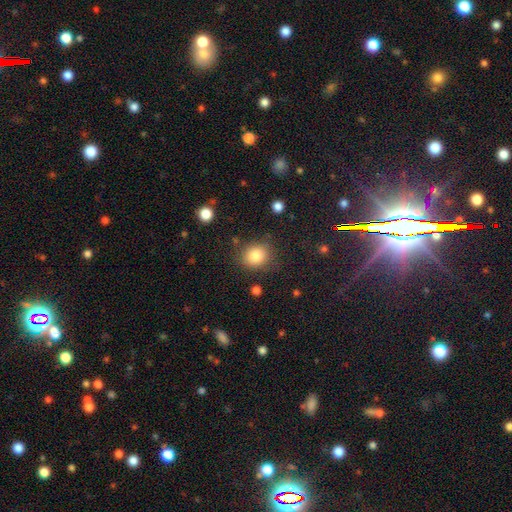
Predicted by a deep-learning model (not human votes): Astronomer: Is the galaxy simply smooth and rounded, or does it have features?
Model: smooth — 84%.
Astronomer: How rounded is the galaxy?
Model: round — 71%.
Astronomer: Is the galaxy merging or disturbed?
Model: none — 80%.